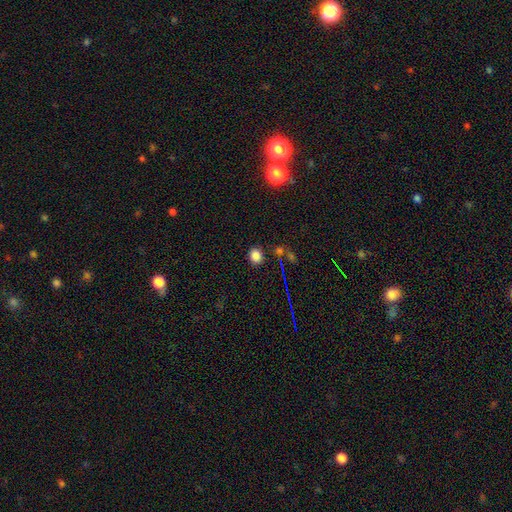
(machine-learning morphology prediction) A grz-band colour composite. It shows a smooth galaxy with no disk features (80%) that is round (70%). Merging: none (83%).